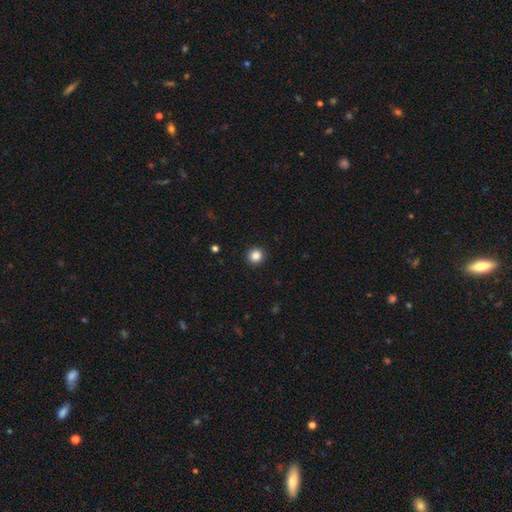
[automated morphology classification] This is clearly a smooth galaxy (85%). How rounded: clearly round (94%). Merging: clearly none (93%).